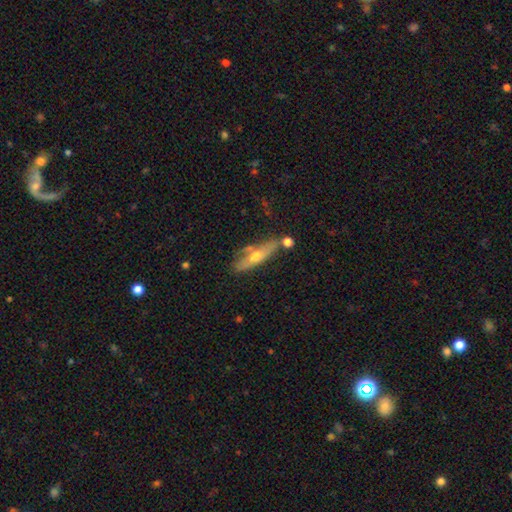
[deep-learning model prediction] smooth_or_featured: featured or disk (p=0.51) [alt: smooth p=0.42]
disk_edge_on: yes (p=0.75) [alt: no p=0.25]
merging: none (p=0.65) [alt: minor disturbance p=0.19]